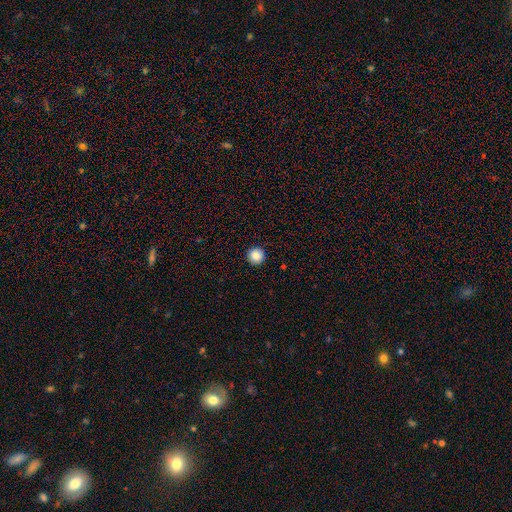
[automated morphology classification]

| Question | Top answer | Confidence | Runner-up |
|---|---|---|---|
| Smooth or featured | smooth | 87% | star or artifact (10%) |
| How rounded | round | 97% | in between (2%) |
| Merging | none | 93% | minor disturbance (4%) |